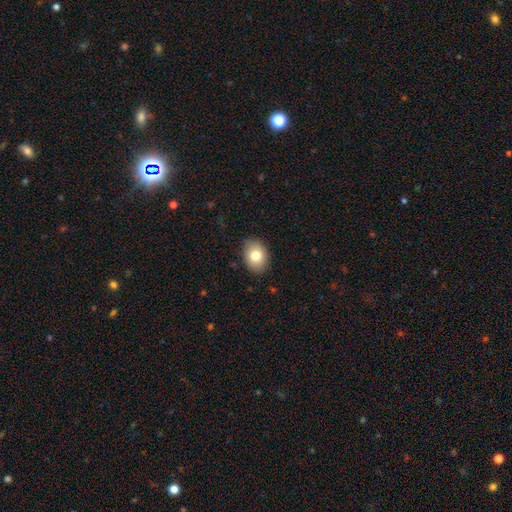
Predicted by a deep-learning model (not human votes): Smooth or featured? Predicted: smooth (p=0.81). How rounded? Predicted: in between (p=0.73). Merging? Predicted: none (p=0.86).